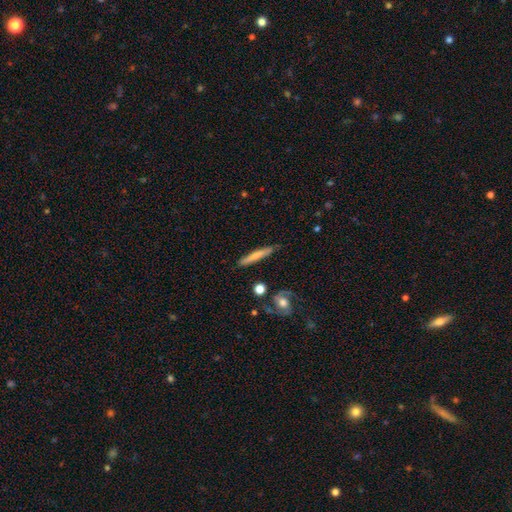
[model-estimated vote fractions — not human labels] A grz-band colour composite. It shows a smooth galaxy with no disk features (60%) that is cigar-shaped (93%). Merging: none (82%).